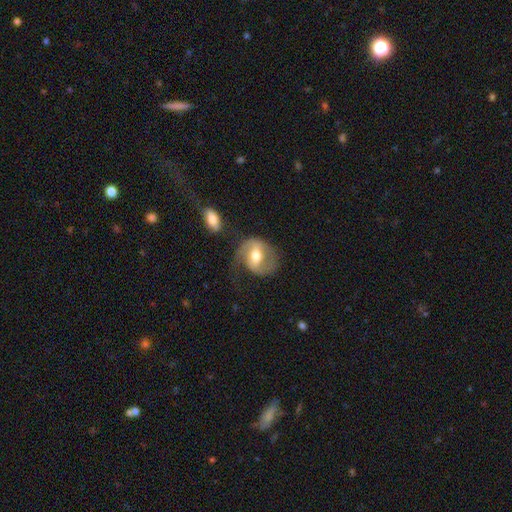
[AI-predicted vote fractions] Q: Smooth or featured?
A: featured or disk (66%); runner-up: smooth (28%)
Q: Edge-on disk?
A: no (96%); runner-up: yes (4%)
Q: Bar?
A: weak (42%); runner-up: strong (38%)
Q: Spiral arms?
A: yes (79%); runner-up: no (21%)
Q: Spiral winding?
A: medium (45%); runner-up: loose (32%)
Q: Spiral arm count?
A: 2 (67%); runner-up: 1 (22%)
Q: Bulge size?
A: moderate (71%); runner-up: large (14%)
Q: Merging?
A: none (50%); runner-up: major disturbance (24%)